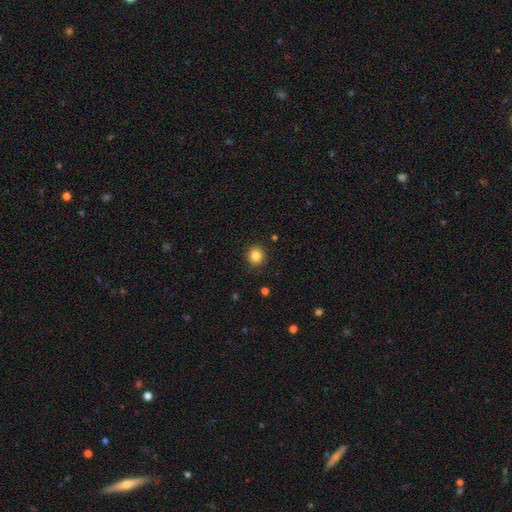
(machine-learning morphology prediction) Smooth or featured: smooth — 84% (star or artifact — 11%)
How rounded: round — 89% (in between — 10%)
Merging: none — 90% (minor disturbance — 7%)